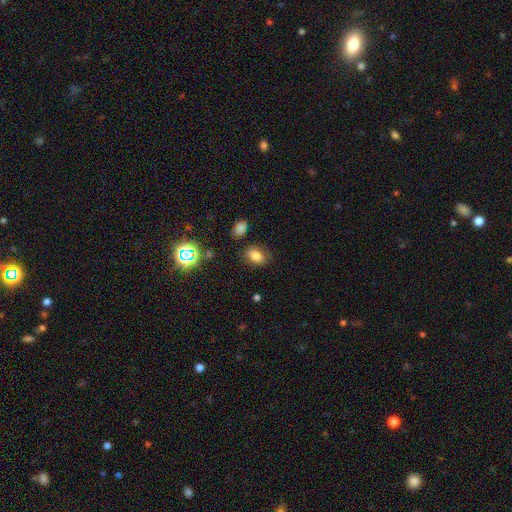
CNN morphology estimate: Q: Smooth or featured?
A: smooth (74%); runner-up: star or artifact (15%)
Q: How rounded?
A: in between (82%); runner-up: round (16%)
Q: Merging?
A: none (77%); runner-up: minor disturbance (15%)